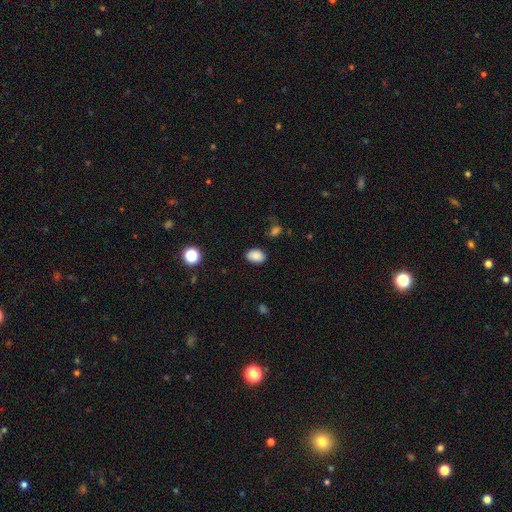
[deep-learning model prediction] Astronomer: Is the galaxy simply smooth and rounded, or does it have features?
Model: smooth — 87%.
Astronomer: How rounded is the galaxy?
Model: in between — 80%.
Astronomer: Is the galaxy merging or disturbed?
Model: none — 85%.